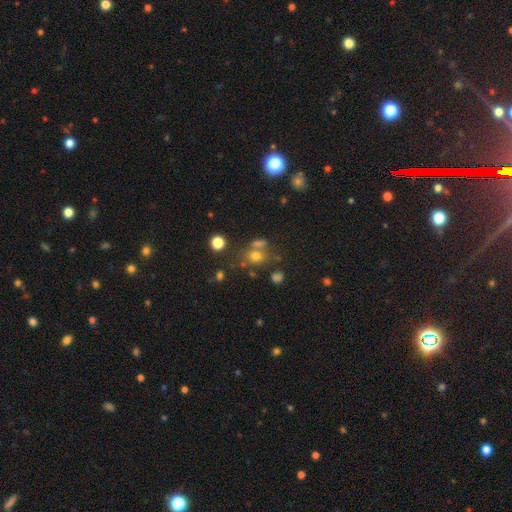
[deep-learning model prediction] smooth-or-featured: smooth: 67% | star or artifact: 20% | featured or disk: 13%
  how-rounded: round: 60% | in between: 38% | cigar-shaped: 2%
  merging: none: 52% | merger: 26% | minor disturbance: 13% | major disturbance: 8%